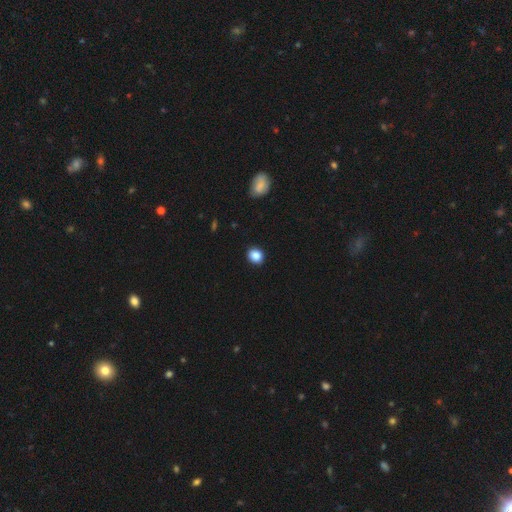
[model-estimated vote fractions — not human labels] Q: Smooth or featured?
A: smooth (86%); runner-up: star or artifact (10%)
Q: How rounded?
A: round (74%); runner-up: in between (25%)
Q: Merging?
A: none (90%); runner-up: minor disturbance (7%)